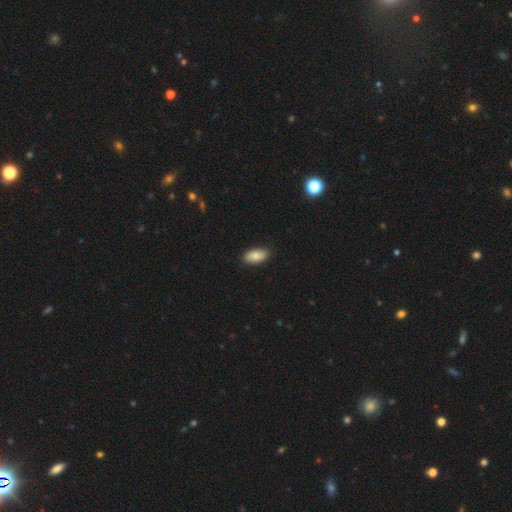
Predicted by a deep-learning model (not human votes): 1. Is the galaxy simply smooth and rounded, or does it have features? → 84% smooth, 10% featured or disk, 6% star or artifact.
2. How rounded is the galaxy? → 92% in between, 5% cigar-shaped, 3% round.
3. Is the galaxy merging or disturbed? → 88% none, 9% minor disturbance, 2% major disturbance, 1% merger.